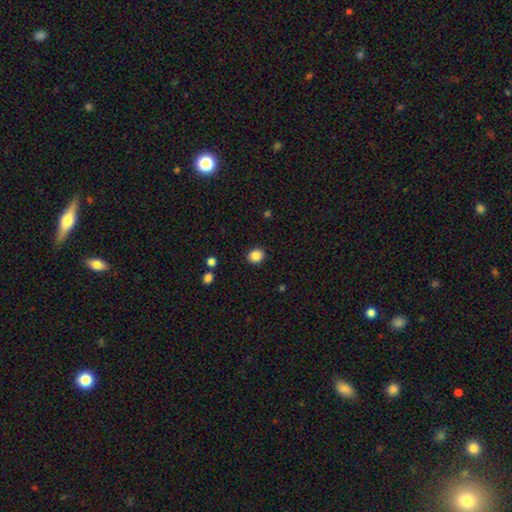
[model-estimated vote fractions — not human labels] Overall: smooth (86%). How rounded: round (76%). Merging: none (90%).